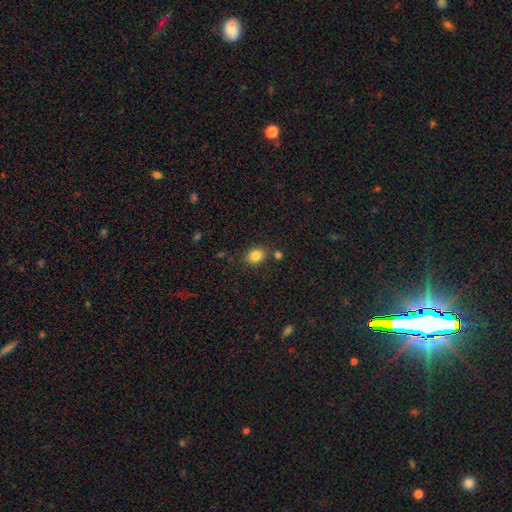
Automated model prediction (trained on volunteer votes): smooth_or_featured: smooth (p=0.84) [alt: star or artifact p=0.10]
how_rounded: round (p=0.51) [alt: in between p=0.48]
merging: none (p=0.79) [alt: minor disturbance p=0.11]